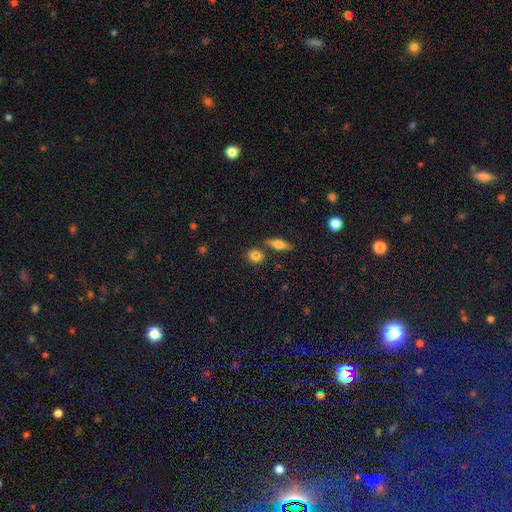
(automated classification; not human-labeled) This appears to be a smooth galaxy with no disk features (81%) that is round (75%). Merging: none (75%).